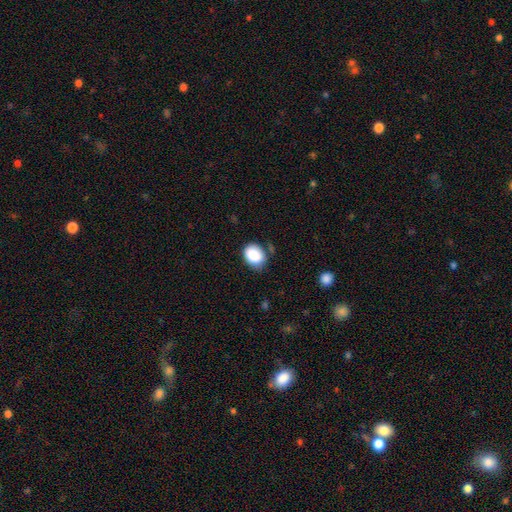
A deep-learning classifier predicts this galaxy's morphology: A smooth galaxy with no disk features (88%) that is in between round and cigar-shaped (51%).

Vote fractions:
- Smooth or featured? smooth: 88% / star or artifact: 8% / featured or disk: 5%
- How rounded? in between: 51% / round: 48% / cigar-shaped: 1%
- Merging? none: 71% / minor disturbance: 20% / major disturbance: 5% / merger: 3%